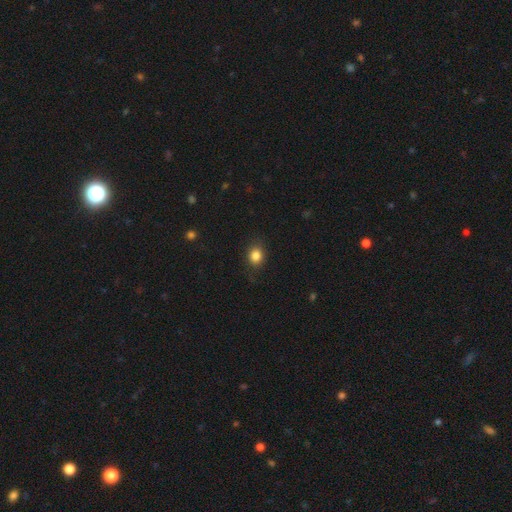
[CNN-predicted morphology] A smooth galaxy with no disk features (84%) that is round (62%). Merging: none (83%).